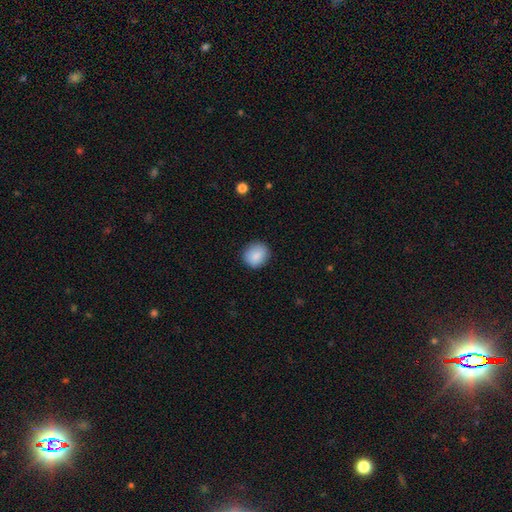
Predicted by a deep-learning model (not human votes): smooth 88%, star or artifact 7%, featured or disk 5%. Down the decision tree: how rounded — round (76%); merging — none (88%).